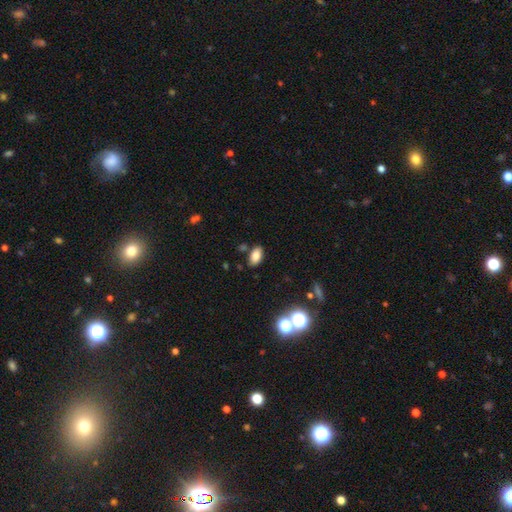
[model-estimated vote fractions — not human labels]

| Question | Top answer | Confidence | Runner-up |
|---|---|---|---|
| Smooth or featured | smooth | 83% | star or artifact (11%) |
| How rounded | in between | 92% | round (5%) |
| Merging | none | 82% | minor disturbance (11%) |